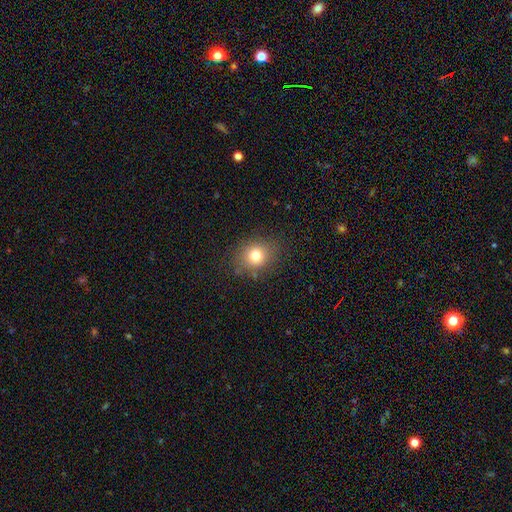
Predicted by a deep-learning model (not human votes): Morphology: type=smooth (77%); roundness=round (70%); merging=none (84%).